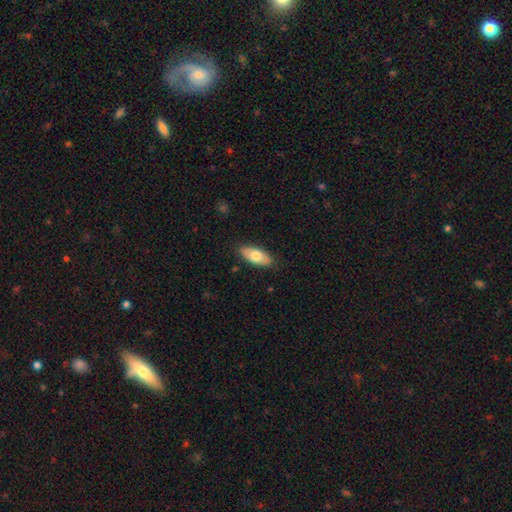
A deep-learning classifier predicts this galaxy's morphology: Smooth or featured? smooth (72%)
How rounded? in between (88%)
Merging? none (86%)